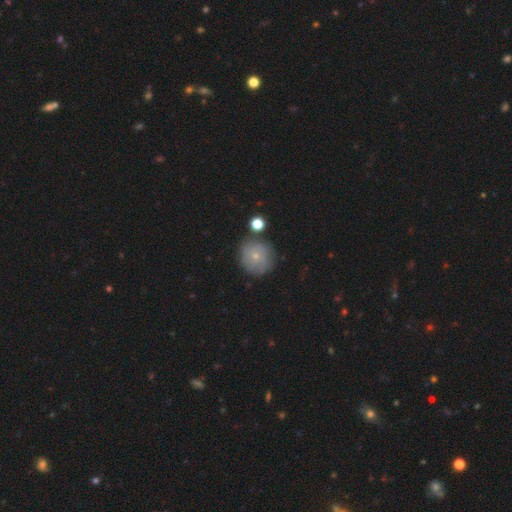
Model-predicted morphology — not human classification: This appears to be a smooth galaxy with no disk features (52%) that is round (92%). Merging: none (74%).